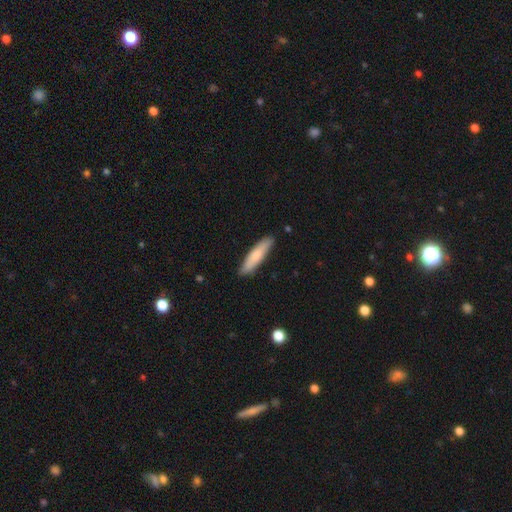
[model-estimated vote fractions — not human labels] Q: Smooth or featured?
A: smooth (73%); runner-up: featured or disk (22%)
Q: How rounded?
A: cigar-shaped (80%); runner-up: in between (19%)
Q: Merging?
A: none (86%); runner-up: minor disturbance (11%)